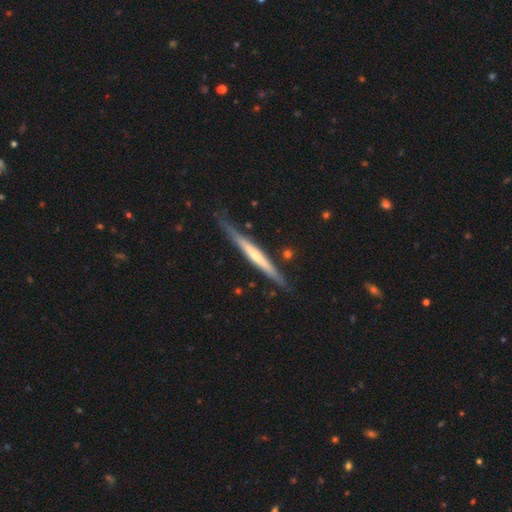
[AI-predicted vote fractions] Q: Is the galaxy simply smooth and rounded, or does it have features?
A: featured or disk — 64%.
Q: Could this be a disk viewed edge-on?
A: yes — 96%.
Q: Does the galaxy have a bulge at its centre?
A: rounded — 47%.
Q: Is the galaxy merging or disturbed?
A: none — 79%.